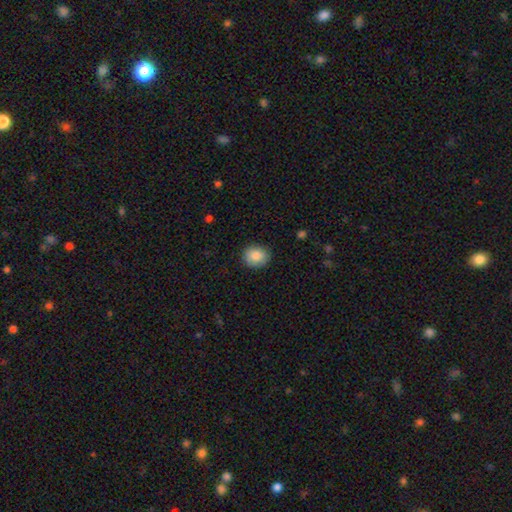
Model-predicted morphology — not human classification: Overall: smooth (86%). How rounded: round (68%; in between 31%). Merging: none (86%).